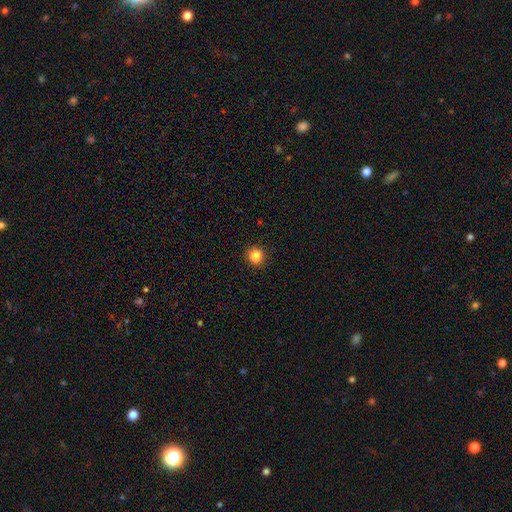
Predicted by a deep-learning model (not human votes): The model was most divided on "smooth or featured": smooth: 85%, star or artifact: 11%, featured or disk: 4%. More confident: merging — none (91%); how rounded — round (90%).